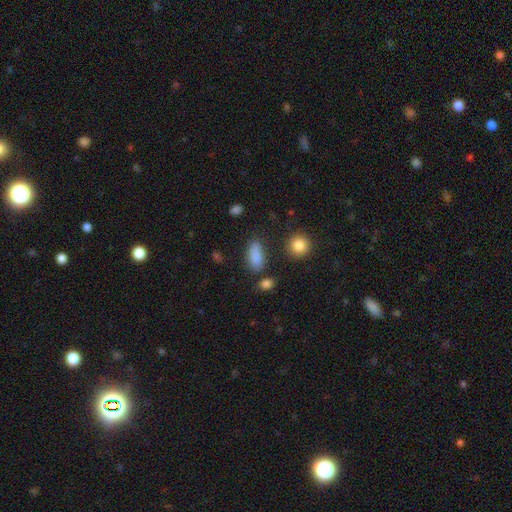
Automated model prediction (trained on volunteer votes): Smooth or featured? Predicted: smooth (p=0.86). How rounded? Predicted: in between (p=0.86). Merging? Predicted: none (p=0.72).